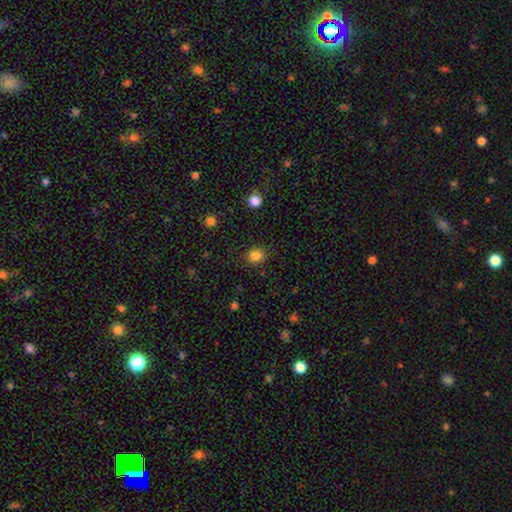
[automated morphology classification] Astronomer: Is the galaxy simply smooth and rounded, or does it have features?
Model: smooth — 84%.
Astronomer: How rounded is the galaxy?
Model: round — 84%.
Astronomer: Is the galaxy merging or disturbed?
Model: none — 88%.